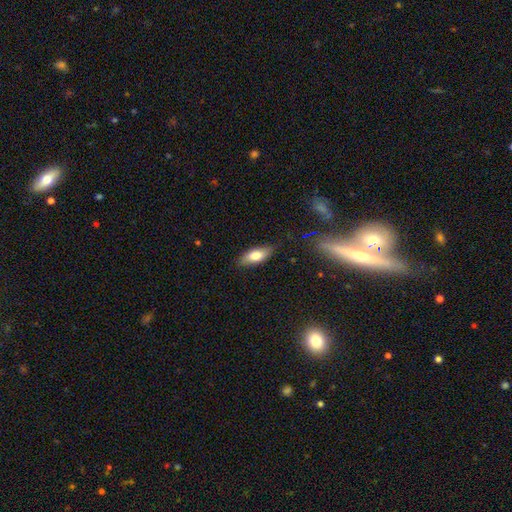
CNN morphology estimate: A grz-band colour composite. It shows a smooth galaxy with no disk features (75%) that is in between round and cigar-shaped (75%). Merging: none (82%).